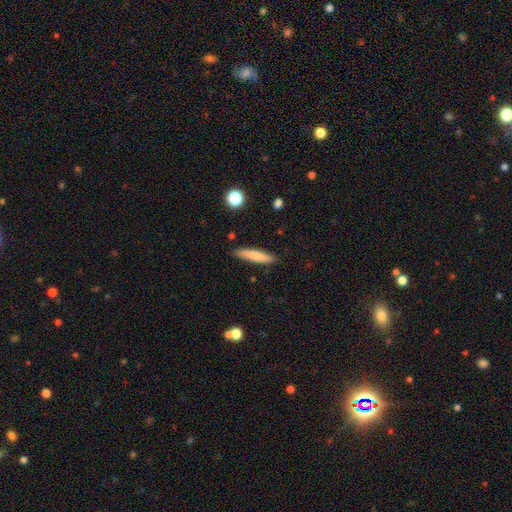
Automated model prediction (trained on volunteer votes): smooth_or_featured: smooth (p=0.77) [alt: featured or disk p=0.16]
how_rounded: cigar-shaped (p=0.84) [alt: in between p=0.15]
merging: none (p=0.88) [alt: minor disturbance p=0.09]